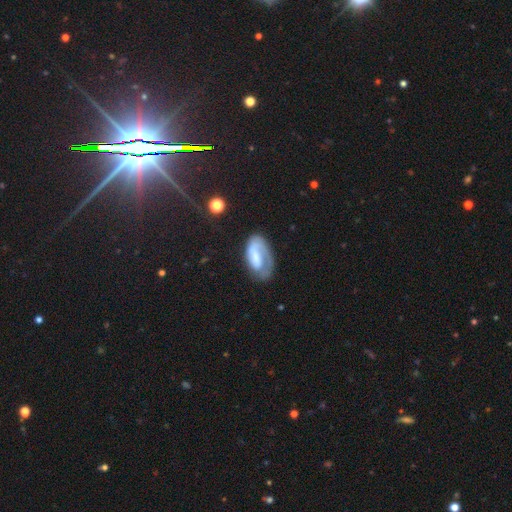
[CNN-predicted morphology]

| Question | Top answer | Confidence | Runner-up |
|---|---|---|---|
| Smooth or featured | featured or disk | 53% | smooth (40%) |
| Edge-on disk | no | 95% | yes (5%) |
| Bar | no | 41% | weak (37%) |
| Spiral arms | yes | 77% | no (23%) |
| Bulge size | small | 28% | moderate (27%) |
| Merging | none | 50% | minor disturbance (25%) |